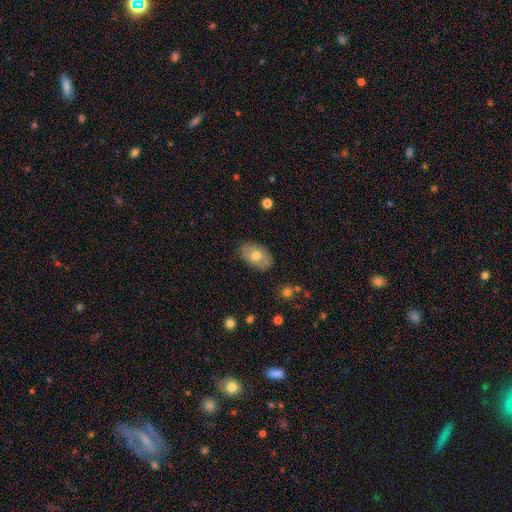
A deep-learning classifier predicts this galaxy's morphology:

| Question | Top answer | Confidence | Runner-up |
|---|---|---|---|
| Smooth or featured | smooth | 63% | featured or disk (30%) |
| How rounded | in between | 88% | round (11%) |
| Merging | none | 85% | minor disturbance (12%) |